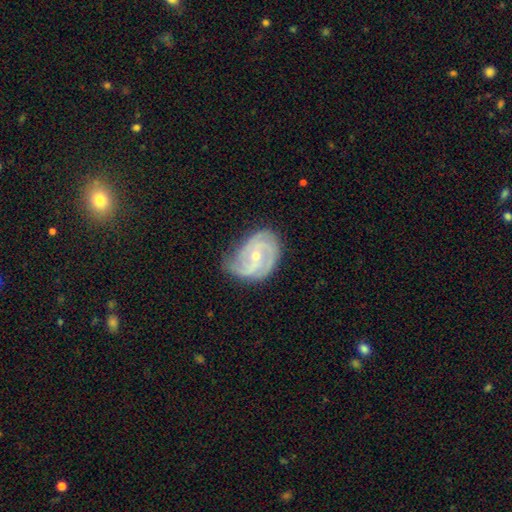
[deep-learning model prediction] smooth-or-featured: featured or disk: 86% | smooth: 9% | star or artifact: 5%
  disk-edge-on: no: 97% | yes: 3%
    bar: no: 50% | weak: 38% | strong: 12%
    has-spiral-arms: yes: 96% | no: 4%
      spiral-winding: tight: 48% | medium: 41% | loose: 11%
      spiral-arm-count: 2: 36% | 3: 35% | can't tell: 15% | 4: 6% | 1: 5% | more than 4: 4%
    bulge-size: small: 60% | moderate: 37% | none: 1% | large: 1% | dominant: 1%
  merging: none: 61% | minor disturbance: 28% | major disturbance: 9% | merger: 1%